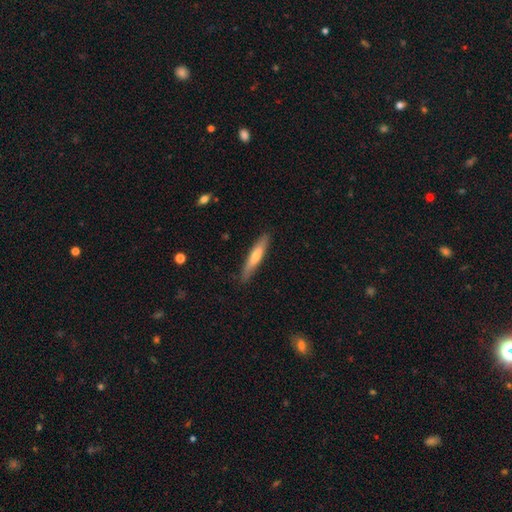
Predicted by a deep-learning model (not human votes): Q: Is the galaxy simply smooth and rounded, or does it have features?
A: smooth — 61%.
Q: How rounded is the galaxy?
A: cigar-shaped — 90%.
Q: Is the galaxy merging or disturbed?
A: none — 86%.